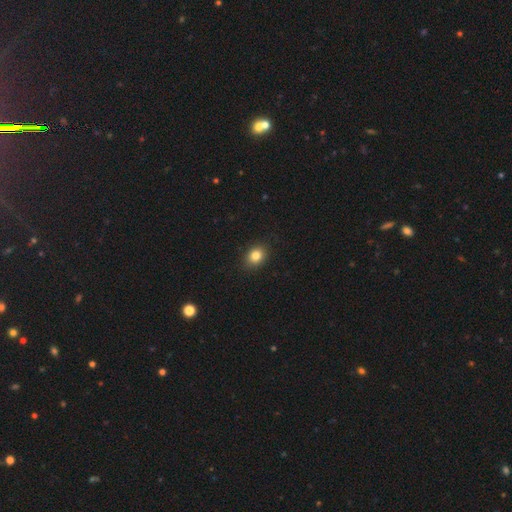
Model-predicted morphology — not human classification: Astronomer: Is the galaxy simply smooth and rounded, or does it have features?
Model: smooth — 84%.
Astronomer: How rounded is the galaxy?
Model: in between — 52% (runner-up: round, 46%).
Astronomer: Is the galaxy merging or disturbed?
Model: none — 87%.